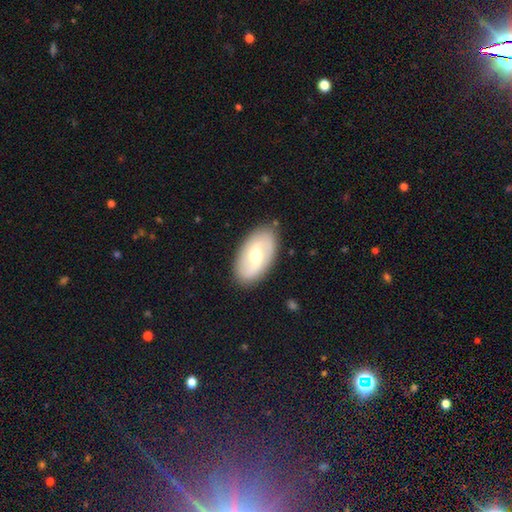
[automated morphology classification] smooth_or_featured: featured or disk (p=0.61) [alt: smooth p=0.33]
disk_edge_on: no (p=0.93) [alt: yes p=0.07]
bar: weak (p=0.50) [alt: no p=0.31]
has_spiral_arms: yes (p=0.75) [alt: no p=0.25]
bulge_size: moderate (p=0.68) [alt: small p=0.22]
merging: none (p=0.85) [alt: minor disturbance p=0.11]